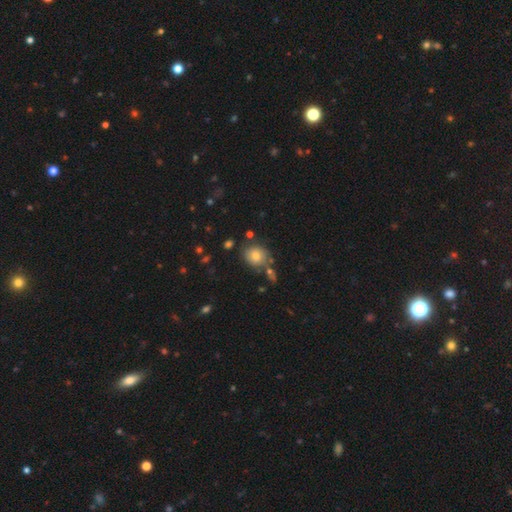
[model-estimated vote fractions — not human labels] This is likely a smooth galaxy (77%). How rounded: likely round (71%). Merging: likely none (69%).